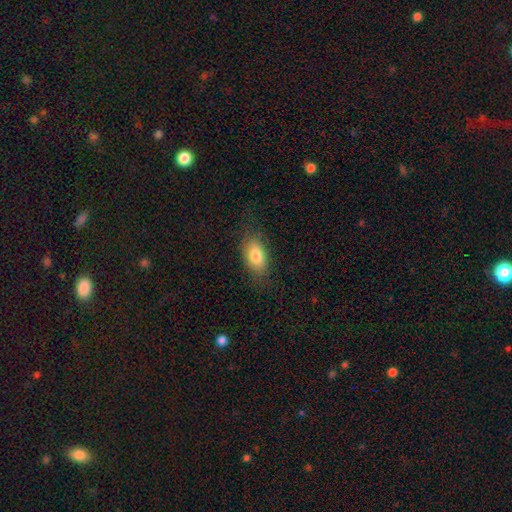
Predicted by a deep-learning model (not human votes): Smooth or featured: smooth — 81% (featured or disk — 12%)
How rounded: in between — 90% (round — 7%)
Merging: none — 78% (minor disturbance — 15%)